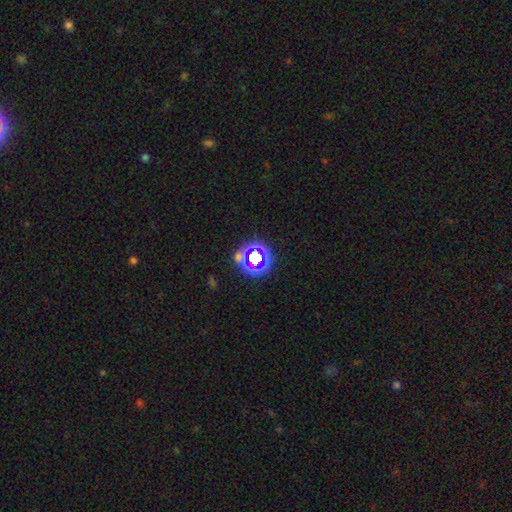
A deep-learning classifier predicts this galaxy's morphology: Smooth or featured: star or artifact — 61% (smooth — 27%)